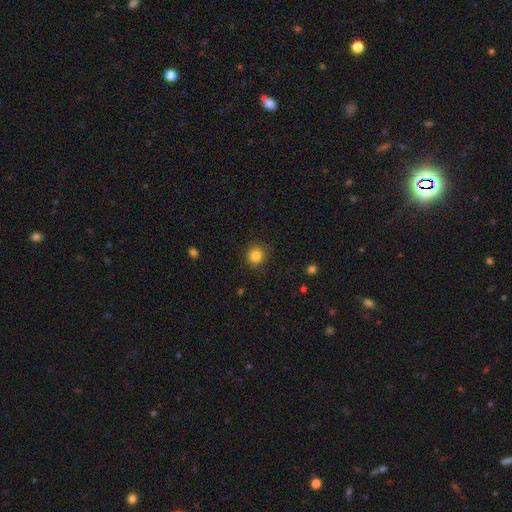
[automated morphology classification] This is clearly a smooth galaxy (84%). How rounded: clearly round (93%). Merging: clearly none (87%).